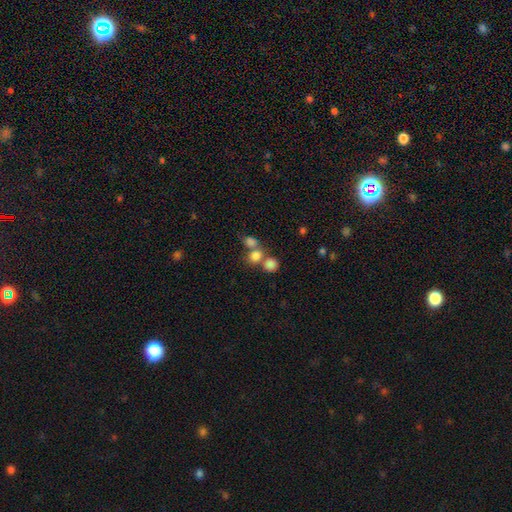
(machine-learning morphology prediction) smooth-or-featured: smooth: 78% | star or artifact: 13% | featured or disk: 9%
  how-rounded: round: 71% | in between: 27% | cigar-shaped: 1%
  merging: merger: 46% | none: 41% | minor disturbance: 8% | major disturbance: 5%